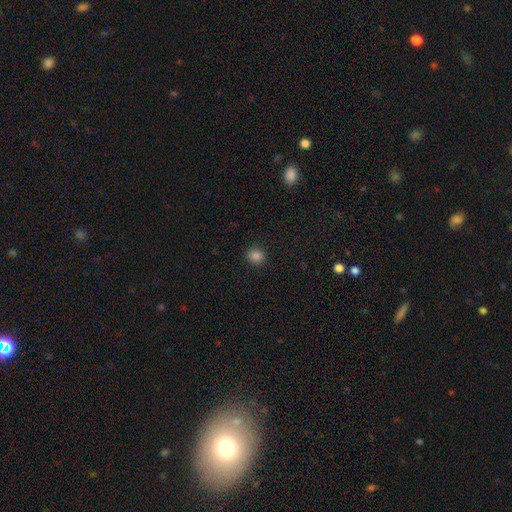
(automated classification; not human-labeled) Smooth or featured? smooth (84%)
How rounded? round (84%)
Merging? none (91%)